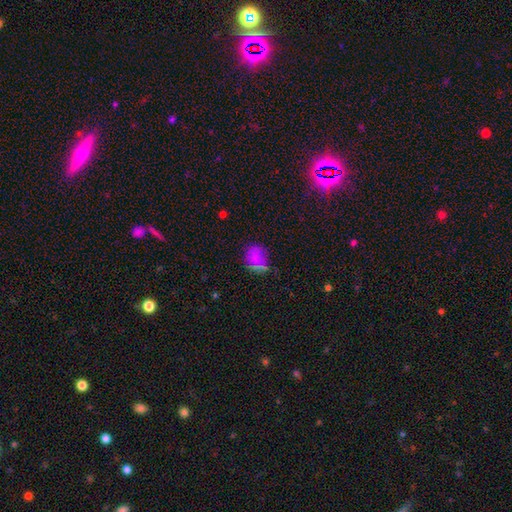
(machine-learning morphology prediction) smooth_or_featured: smooth (p=0.65) [alt: star or artifact p=0.27]
how_rounded: round (p=0.80) [alt: in between p=0.18]
merging: none (p=0.75) [alt: minor disturbance p=0.15]